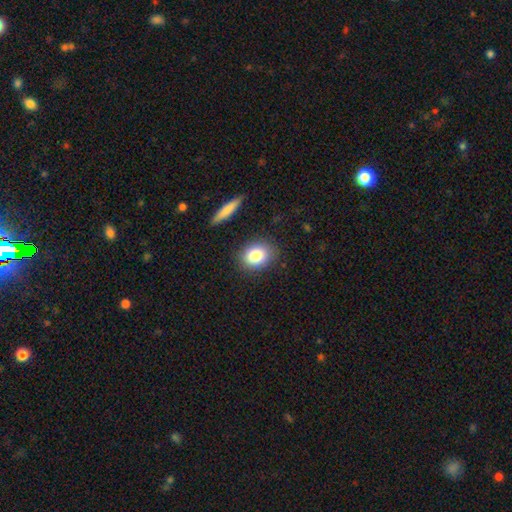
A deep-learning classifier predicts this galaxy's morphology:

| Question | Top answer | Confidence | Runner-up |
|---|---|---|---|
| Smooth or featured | smooth | 81% | featured or disk (10%) |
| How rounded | in between | 53% | round (46%) |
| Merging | none | 85% | minor disturbance (10%) |